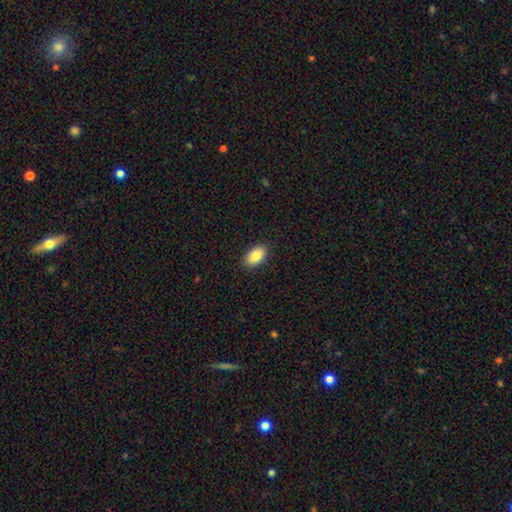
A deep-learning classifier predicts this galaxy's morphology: Smooth or featured?
  - smooth: 87% *
  - star or artifact: 7%
  - featured or disk: 6%
How rounded?
  - in between: 94% *
  - round: 5%
  - cigar-shaped: 2%
Merging?
  - none: 89% *
  - minor disturbance: 8%
  - major disturbance: 2%
  - merger: 1%